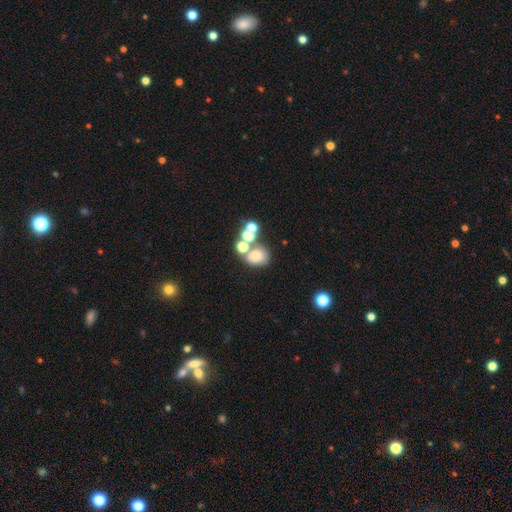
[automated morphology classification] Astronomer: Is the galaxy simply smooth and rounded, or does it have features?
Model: smooth — 67%.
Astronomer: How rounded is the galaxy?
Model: round — 58% (runner-up: in between, 41%).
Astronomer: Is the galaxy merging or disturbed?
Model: none — 45% (runner-up: merger, 37%).